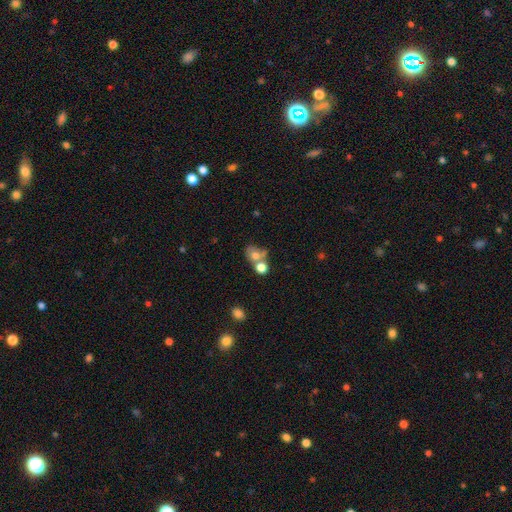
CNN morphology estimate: A smooth galaxy with no disk features (68%) that is in between round and cigar-shaped (50%). Merging: merger (52%).